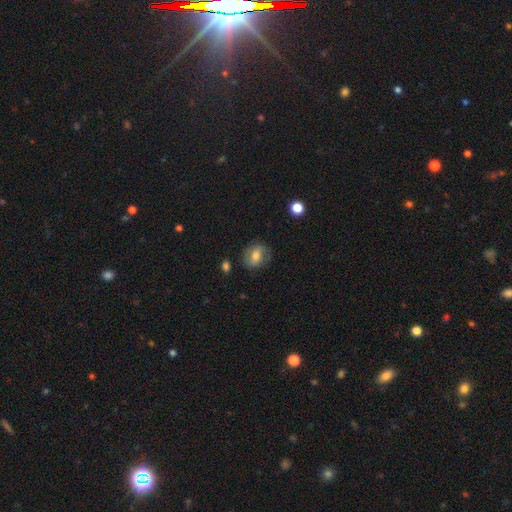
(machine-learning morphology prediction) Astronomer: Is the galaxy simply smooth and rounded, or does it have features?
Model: smooth — 65%.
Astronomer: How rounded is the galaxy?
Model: in between — 51% (runner-up: round, 47%).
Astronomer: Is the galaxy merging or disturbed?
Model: none — 78%.